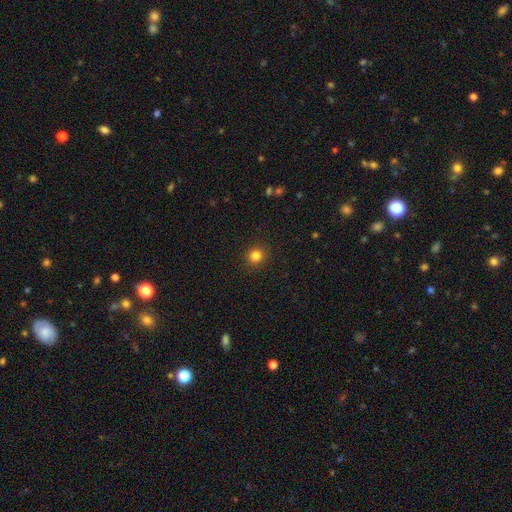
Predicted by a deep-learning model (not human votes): A smooth galaxy with no disk features (83%) that is round (92%). Merging: none (92%).